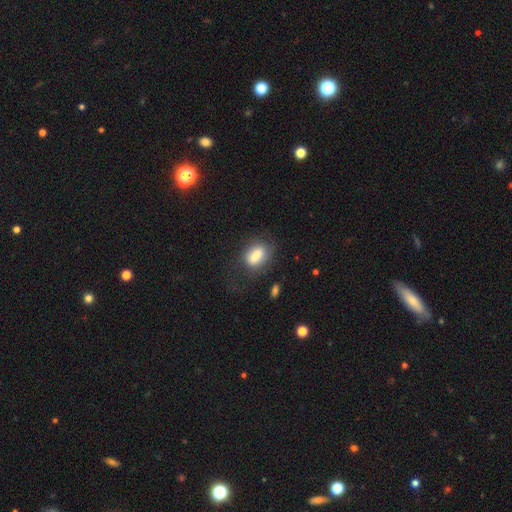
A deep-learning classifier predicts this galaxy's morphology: A smooth galaxy with no disk features (76%) that is in between round and cigar-shaped (80%).

Vote fractions:
- Smooth or featured? smooth: 76% / featured or disk: 15% / star or artifact: 9%
- How rounded? in between: 80% / round: 13% / cigar-shaped: 7%
- Merging? none: 57% / minor disturbance: 22% / major disturbance: 16% / merger: 5%